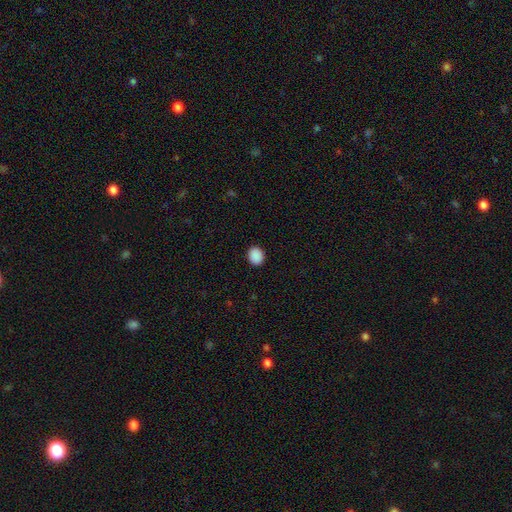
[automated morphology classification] Smooth or featured? smooth (90%)
How rounded? round (53%)
Merging? none (91%)